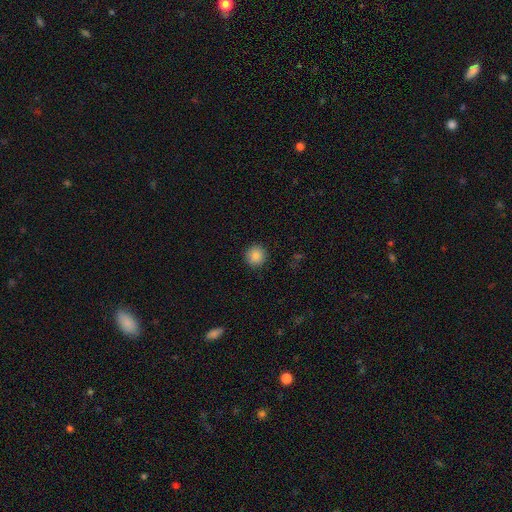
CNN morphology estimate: Smooth or featured?
  - smooth: 87% *
  - star or artifact: 9%
  - featured or disk: 4%
How rounded?
  - round: 94% *
  - in between: 5%
  - cigar-shaped: 1%
Merging?
  - none: 92% *
  - minor disturbance: 6%
  - major disturbance: 2%
  - merger: 1%